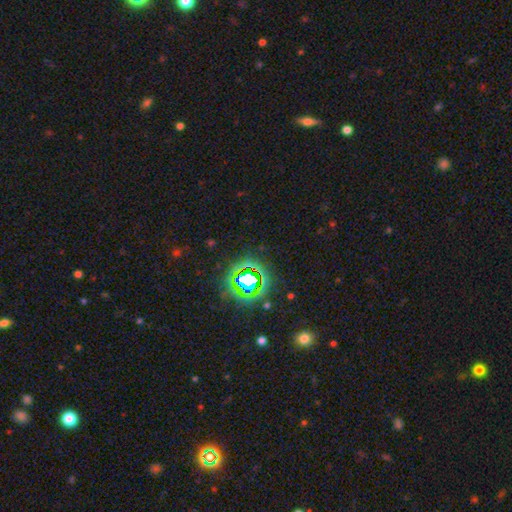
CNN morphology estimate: Smooth or featured? star or artifact (81%)